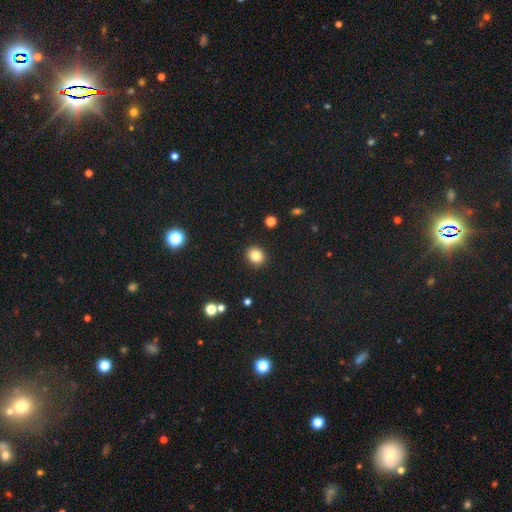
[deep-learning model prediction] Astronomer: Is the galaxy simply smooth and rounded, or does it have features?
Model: smooth — 82%.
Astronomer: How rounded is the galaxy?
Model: round — 77%.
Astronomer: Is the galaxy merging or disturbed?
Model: none — 91%.